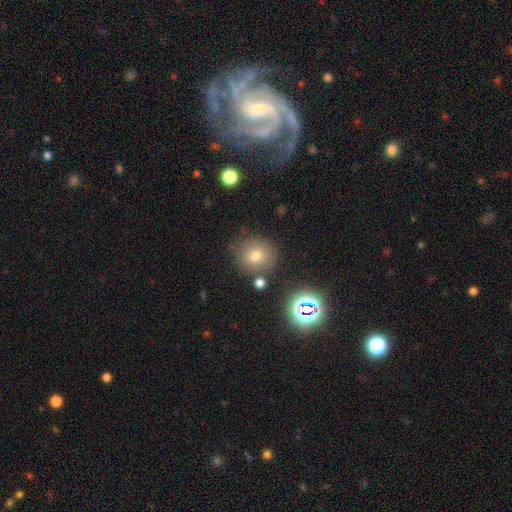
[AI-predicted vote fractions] Smooth or featured: smooth — 71% (star or artifact — 19%)
How rounded: round — 91% (in between — 8%)
Merging: none — 80% (minor disturbance — 10%)